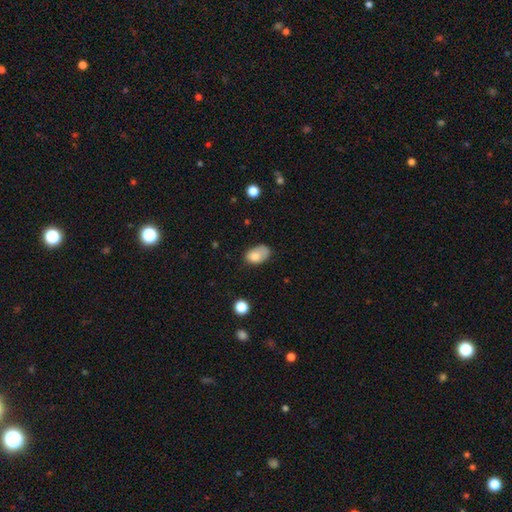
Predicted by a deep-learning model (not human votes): The model was most divided on "merging": none: 44%, minor disturbance: 35%, major disturbance: 16%, merger: 5%. More confident: how rounded — in between (87%); smooth or featured — smooth (79%).